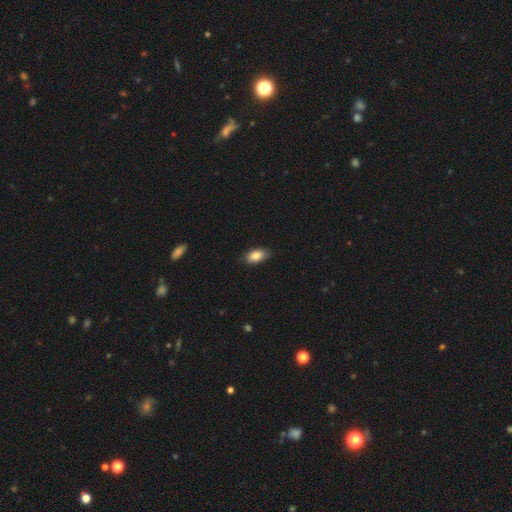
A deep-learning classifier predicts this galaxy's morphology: This is clearly a smooth galaxy (85%). How rounded: clearly in between (92%). Merging: clearly none (86%).